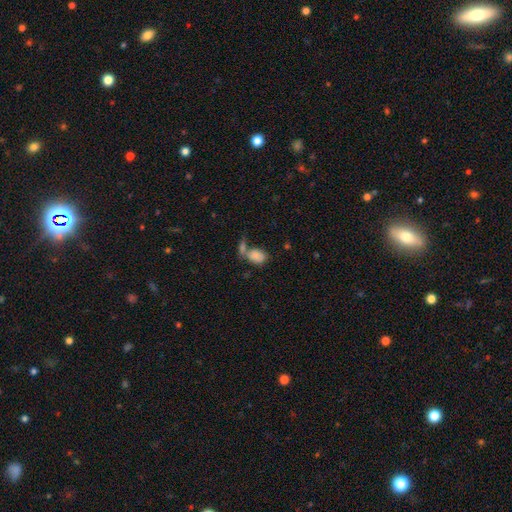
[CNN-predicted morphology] The model was most divided on "merging": merger: 50%, none: 31%, minor disturbance: 11%, major disturbance: 9%. More confident: how rounded — in between (85%); smooth or featured — smooth (83%).